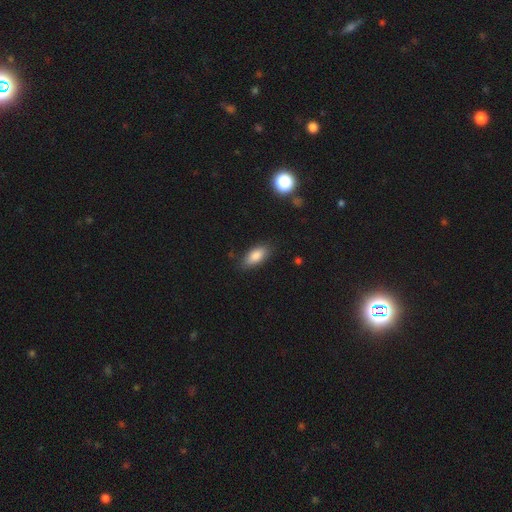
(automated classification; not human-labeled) Overall: smooth (84%). How rounded: in between (88%). Merging: none (80%).